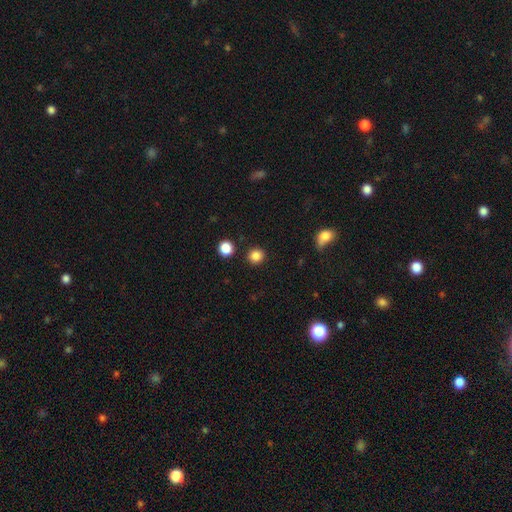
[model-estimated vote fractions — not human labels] The model was most divided on "smooth or featured": smooth: 85%, star or artifact: 11%, featured or disk: 4%. More confident: how rounded — round (90%); merging — none (89%).